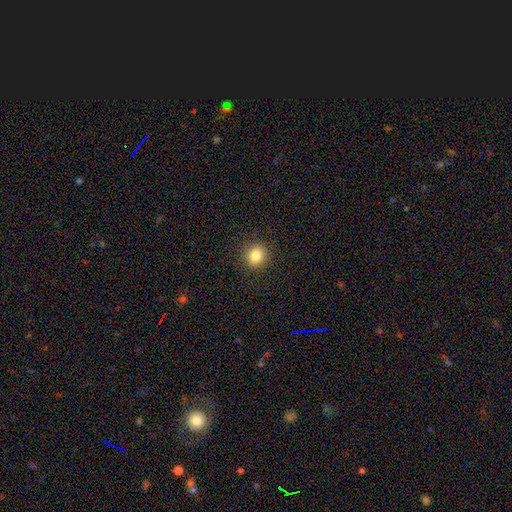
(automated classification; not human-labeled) smooth 84%, star or artifact 11%, featured or disk 5%. Down the decision tree: how rounded — round (81%); merging — none (90%).